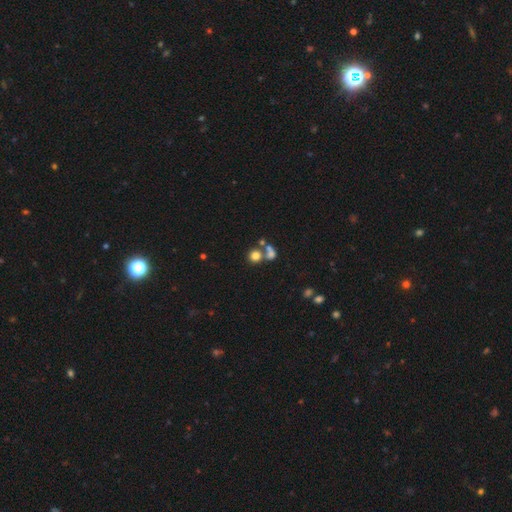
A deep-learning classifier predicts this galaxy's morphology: Smooth or featured: smooth — 74% (star or artifact — 15%)
How rounded: round — 87% (in between — 12%)
Merging: none — 52% (merger — 36%)